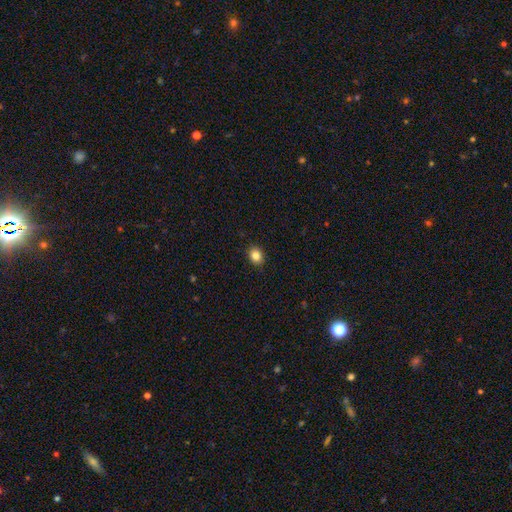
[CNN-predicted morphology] A smooth galaxy with no disk features (85%) that is round (53%).

Vote fractions:
- Smooth or featured? smooth: 85% / star or artifact: 10% / featured or disk: 5%
- How rounded? round: 53% / in between: 46% / cigar-shaped: 1%
- Merging? none: 91% / minor disturbance: 7% / major disturbance: 2% / merger: 1%